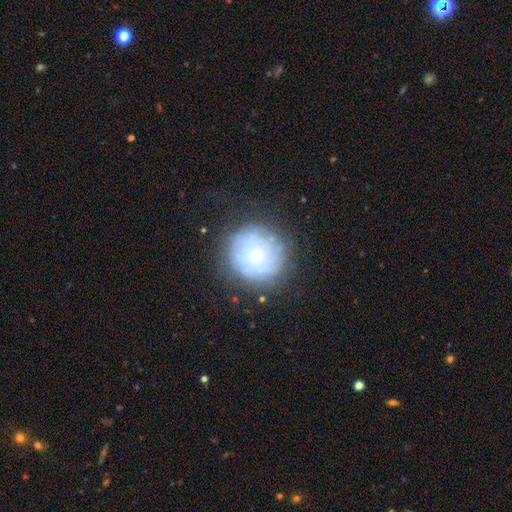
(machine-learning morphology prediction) smooth-or-featured: smooth: 46% | featured or disk: 43% | star or artifact: 11%
  merging: none: 76% | minor disturbance: 15% | major disturbance: 8% | merger: 2%